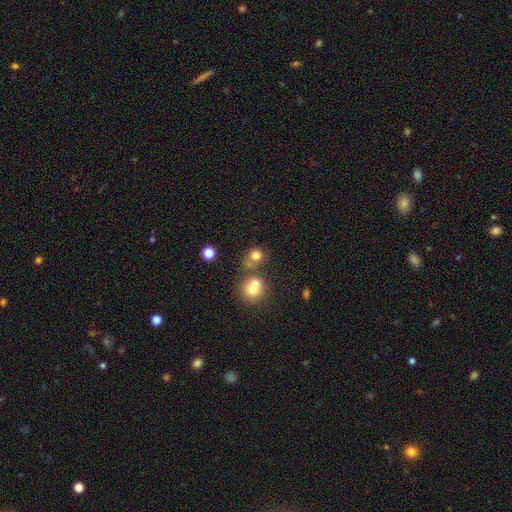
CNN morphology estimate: Q: Smooth or featured?
A: smooth (75%); runner-up: star or artifact (15%)
Q: How rounded?
A: round (82%); runner-up: in between (17%)
Q: Merging?
A: none (51%); runner-up: merger (35%)